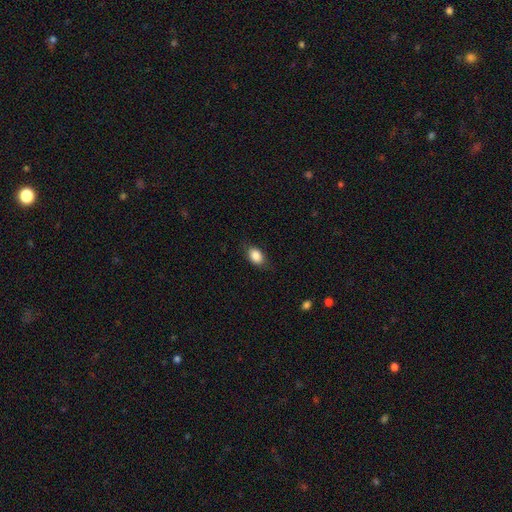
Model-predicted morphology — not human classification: smooth-or-featured: smooth: 86% | star or artifact: 8% | featured or disk: 6%
  how-rounded: in between: 82% | round: 16% | cigar-shaped: 2%
  merging: none: 79% | minor disturbance: 16% | major disturbance: 4% | merger: 1%